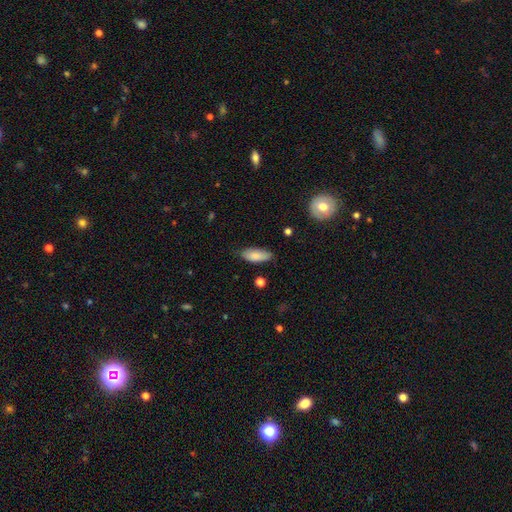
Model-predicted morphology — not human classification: Q: Smooth or featured?
A: smooth (84%); runner-up: featured or disk (9%)
Q: How rounded?
A: in between (80%); runner-up: cigar-shaped (18%)
Q: Merging?
A: none (76%); runner-up: minor disturbance (19%)